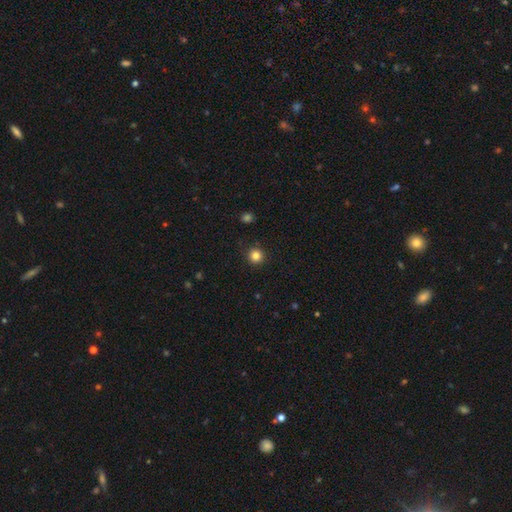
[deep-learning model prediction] Smooth or featured? Predicted: smooth (p=0.84). How rounded? Predicted: round (p=0.95). Merging? Predicted: none (p=0.92).